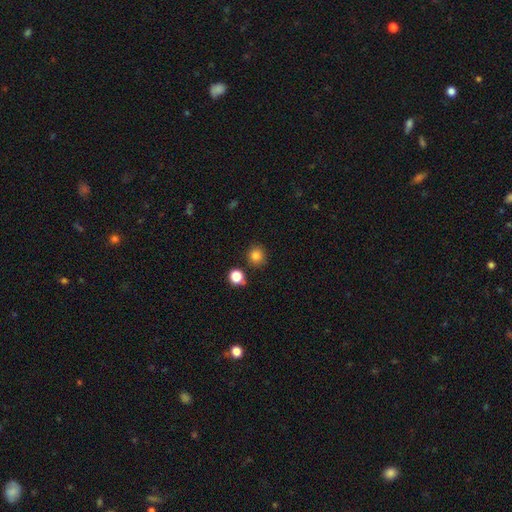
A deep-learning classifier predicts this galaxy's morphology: Overall: smooth (83%). How rounded: round (89%). Merging: none (85%).